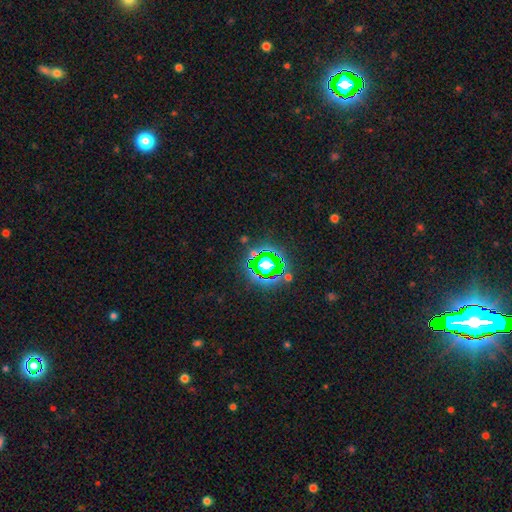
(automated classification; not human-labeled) This is likely a star or artifact rather than a galaxy (74%).